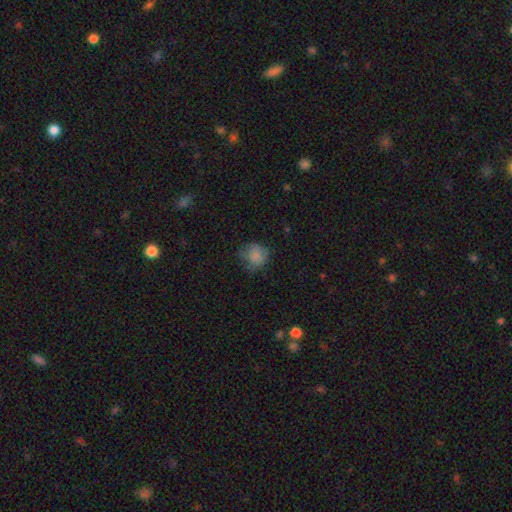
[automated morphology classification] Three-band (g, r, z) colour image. It shows a smooth galaxy with no disk features (75%) that is round (77%). Merging: none (55%).